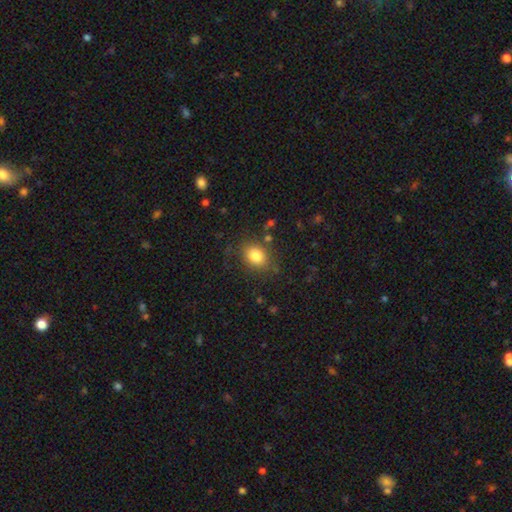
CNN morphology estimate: type=smooth (81%); roundness=in between (56%); merging=none (79%).